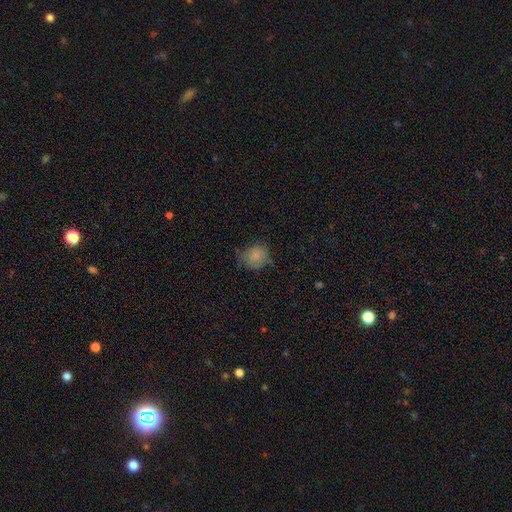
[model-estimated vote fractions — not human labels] This appears to be a smooth galaxy with no disk features (79%) that is round (74%). Merging: none (57%).